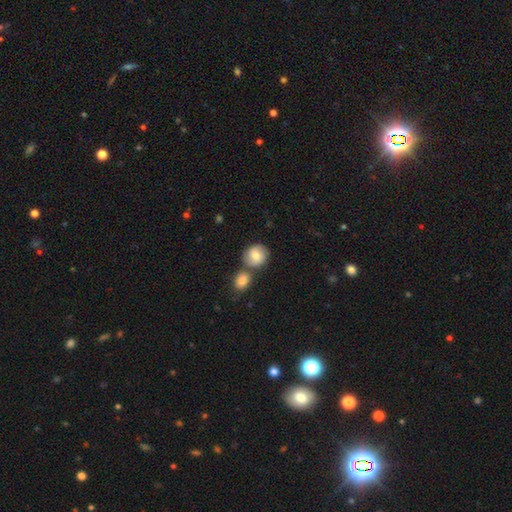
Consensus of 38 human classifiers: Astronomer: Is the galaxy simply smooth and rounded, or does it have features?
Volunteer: smooth — 82%.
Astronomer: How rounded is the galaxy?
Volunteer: round — 71%.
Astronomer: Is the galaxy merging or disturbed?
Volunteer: none — 56% (runner-up: merger, 33%).